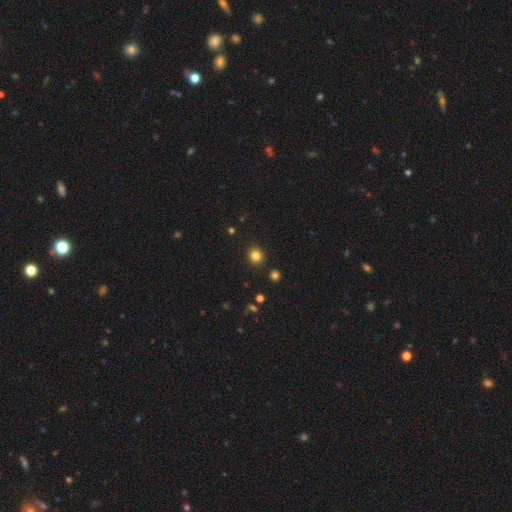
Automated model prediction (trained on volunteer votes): Morphology: type=smooth (82%); roundness=round (86%); merging=none (90%).